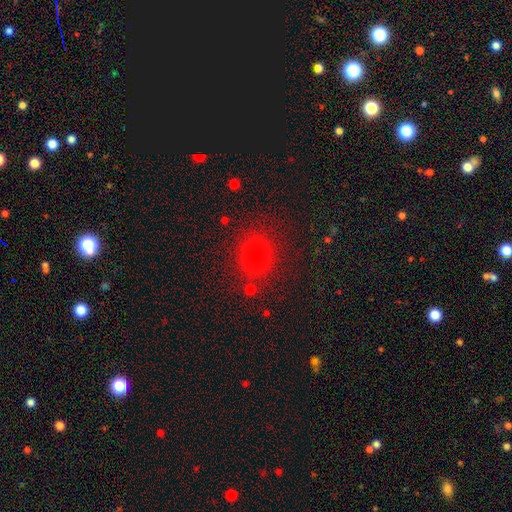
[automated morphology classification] Overall: smooth (76%). How rounded: round (80%). Merging: none (83%).